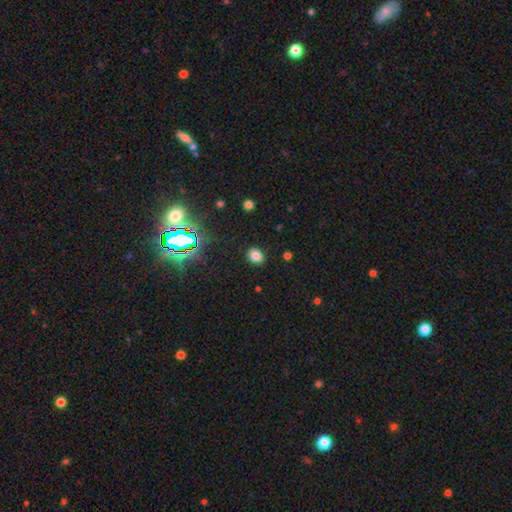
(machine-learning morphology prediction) Smooth or featured? Predicted: smooth (p=0.79). How rounded? Predicted: round (p=0.54). Merging? Predicted: none (p=0.88).